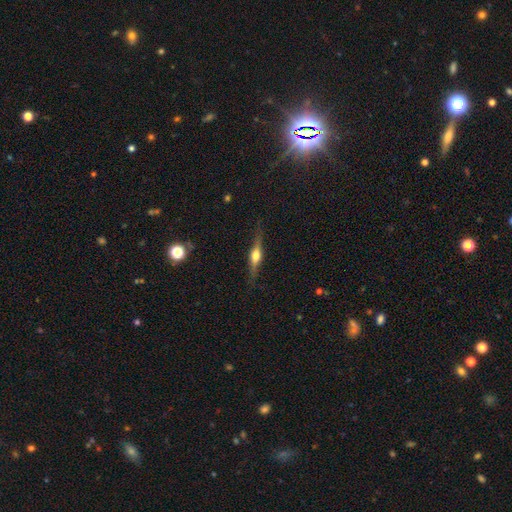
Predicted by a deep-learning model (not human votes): Q: Smooth or featured?
A: featured or disk (65%); runner-up: smooth (28%)
Q: Edge-on disk?
A: yes (96%); runner-up: no (4%)
Q: Edge-on bulge?
A: rounded (92%); runner-up: boxy (5%)
Q: Merging?
A: none (82%); runner-up: minor disturbance (13%)